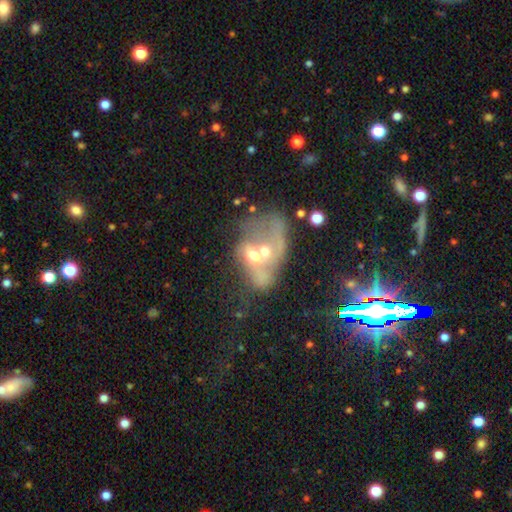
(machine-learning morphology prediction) Overall: featured or disk (53%; smooth 34%). Edge-on disk: no (96%). Bar: no (82%). Spiral arms: no (73%). Bulge size: moderate (59%; small 20%). Merging: merger (72%).